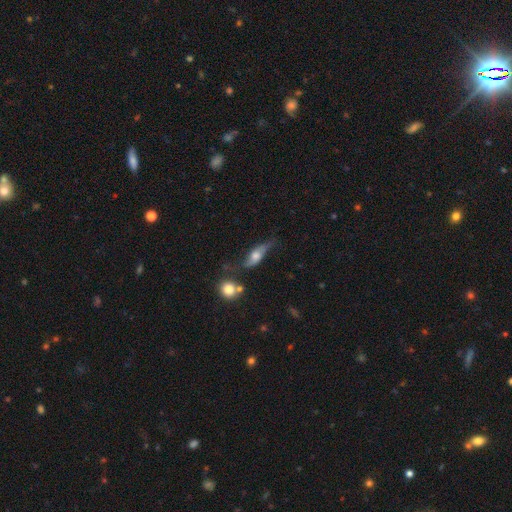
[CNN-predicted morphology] type=featured or disk (60%); edge-on=no (61%); merging=none (47%).